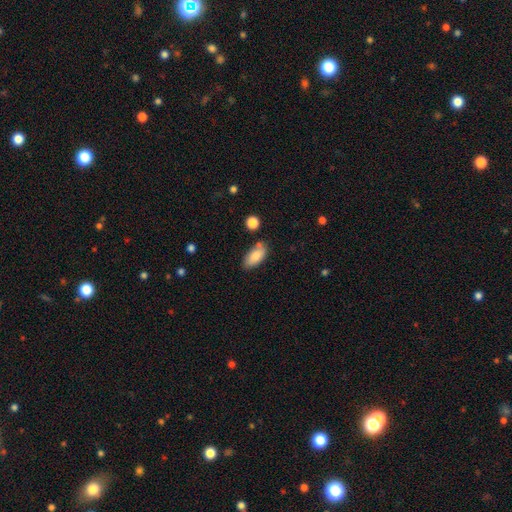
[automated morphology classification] Q: Smooth or featured?
A: smooth (82%); runner-up: featured or disk (11%)
Q: How rounded?
A: in between (91%); runner-up: cigar-shaped (6%)
Q: Merging?
A: none (68%); runner-up: minor disturbance (21%)